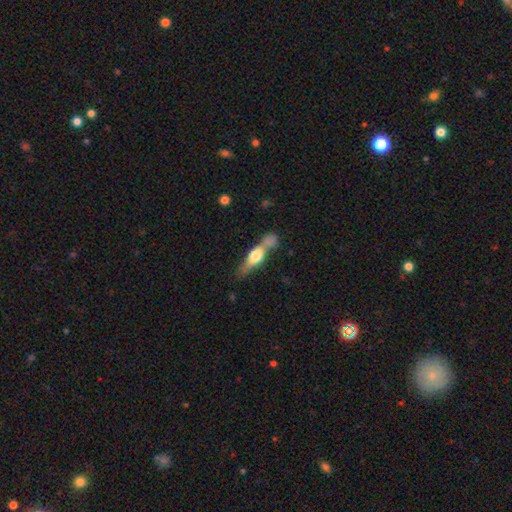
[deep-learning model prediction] This is possibly a featured or disk galaxy (52%). It is clearly viewed edge-on (85%). Merging: possibly none (50%).